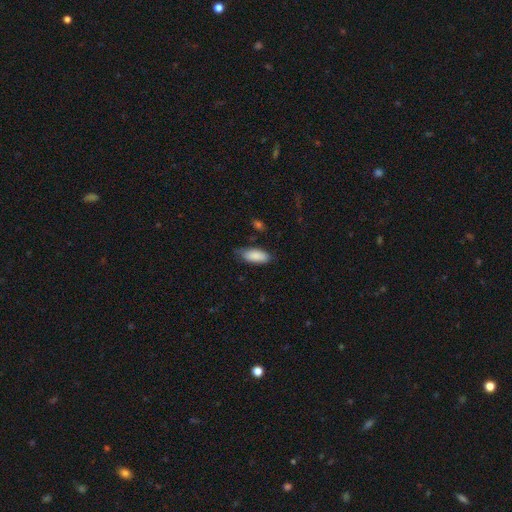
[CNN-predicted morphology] The model was most divided on "merging": none: 69%, minor disturbance: 25%, major disturbance: 5%, merger: 2%. More confident: smooth or featured — smooth (87%); how rounded — in between (86%).